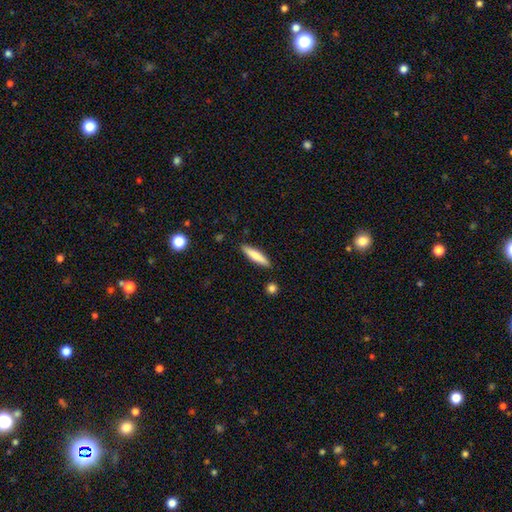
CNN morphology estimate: Smooth or featured?
  - smooth: 76% *
  - featured or disk: 19%
  - star or artifact: 6%
How rounded?
  - cigar-shaped: 80% *
  - in between: 18%
  - round: 2%
Merging?
  - none: 89% *
  - minor disturbance: 8%
  - merger: 2%
  - major disturbance: 2%